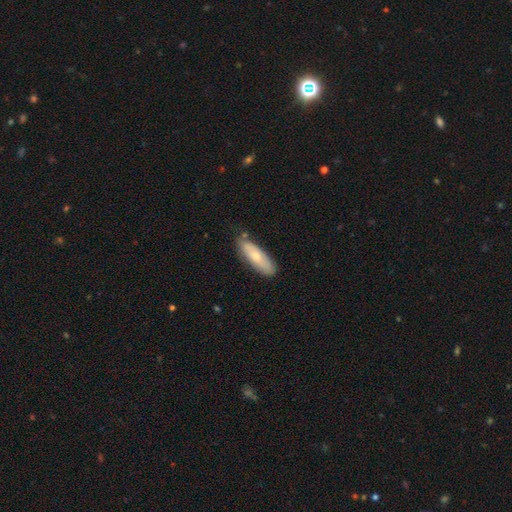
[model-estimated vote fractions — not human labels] Smooth or featured? smooth (66%)
How rounded? in between (52%)
Merging? none (76%)